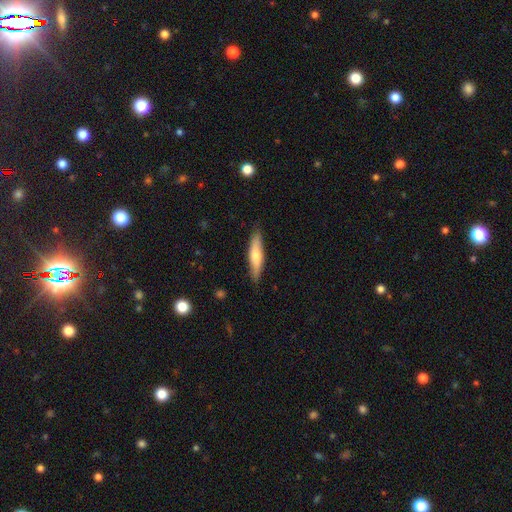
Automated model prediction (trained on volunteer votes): A smooth galaxy with no disk features (58%) that is cigar-shaped (80%).

Vote fractions:
- Smooth or featured? smooth: 58% / featured or disk: 36% / star or artifact: 5%
- How rounded? cigar-shaped: 80% / in between: 19% / round: 2%
- Merging? none: 86% / minor disturbance: 11% / major disturbance: 2% / merger: 1%